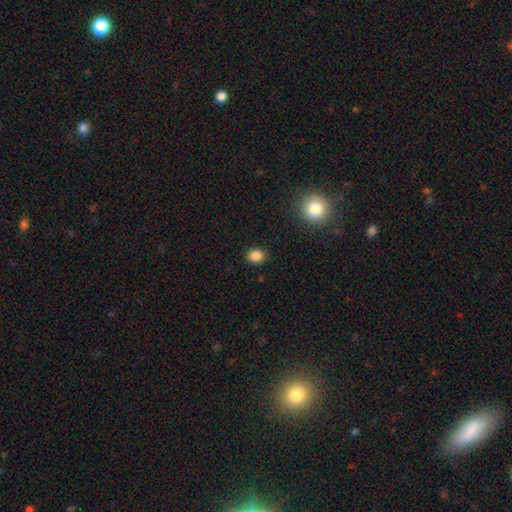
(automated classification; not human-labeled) Smooth or featured: smooth — 85% (star or artifact — 12%)
How rounded: round — 55% (in between — 44%)
Merging: none — 88% (minor disturbance — 9%)